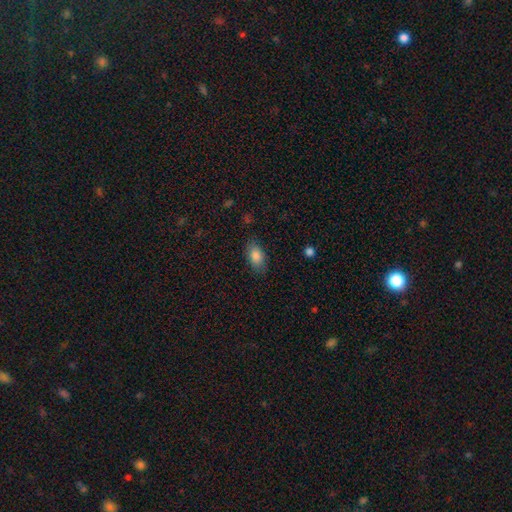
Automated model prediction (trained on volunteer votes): A smooth galaxy with no disk features (86%) that is in between round and cigar-shaped (91%).

Vote fractions:
- Smooth or featured? smooth: 86% / star or artifact: 8% / featured or disk: 7%
- How rounded? in between: 91% / round: 6% / cigar-shaped: 3%
- Merging? none: 83% / minor disturbance: 13% / major disturbance: 3% / merger: 1%